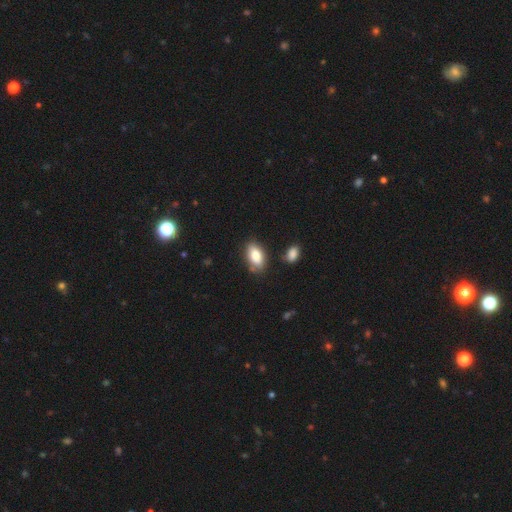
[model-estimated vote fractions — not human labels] Smooth or featured? smooth (83%)
How rounded? in between (92%)
Merging? none (77%)